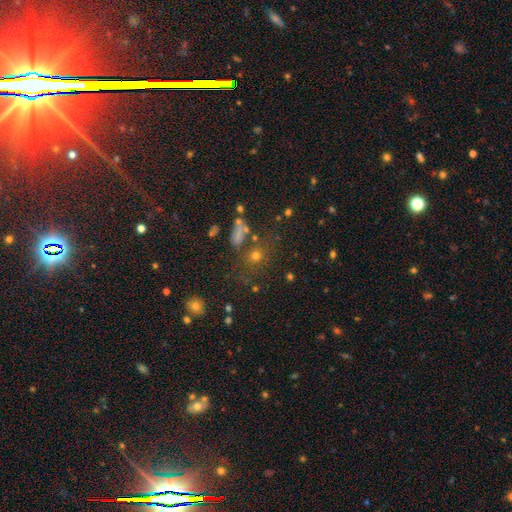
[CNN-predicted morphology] A smooth galaxy with no disk features (55%) that is round (74%). Merging: none (66%).